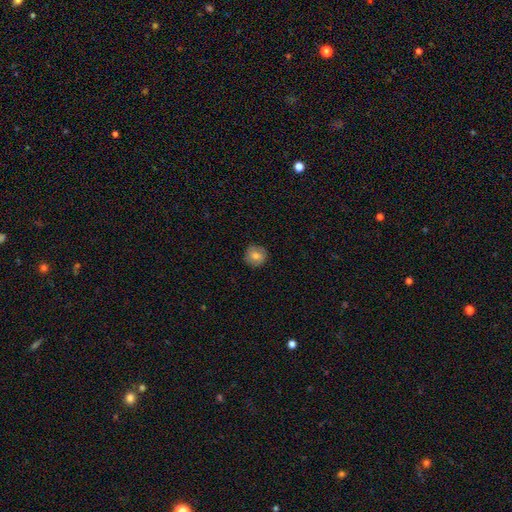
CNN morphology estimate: Smooth or featured?
  - smooth: 79% *
  - featured or disk: 12%
  - star or artifact: 9%
How rounded?
  - round: 92% *
  - in between: 7%
  - cigar-shaped: 1%
Merging?
  - none: 88% *
  - minor disturbance: 10%
  - major disturbance: 2%
  - merger: 1%